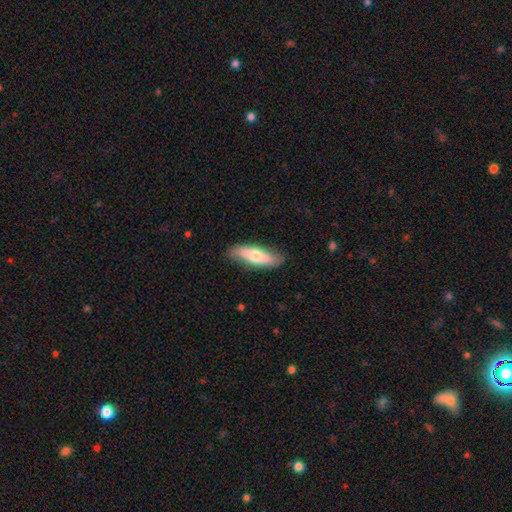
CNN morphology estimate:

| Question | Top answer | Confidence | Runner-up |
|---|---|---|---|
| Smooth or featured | smooth | 58% | featured or disk (36%) |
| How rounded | in between | 53% | cigar-shaped (44%) |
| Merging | none | 81% | minor disturbance (15%) |